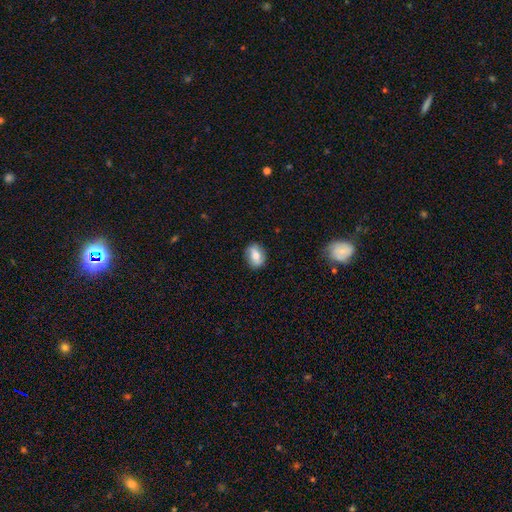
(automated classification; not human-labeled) Smooth or featured? smooth (64%)
How rounded? in between (65%)
Merging? none (85%)